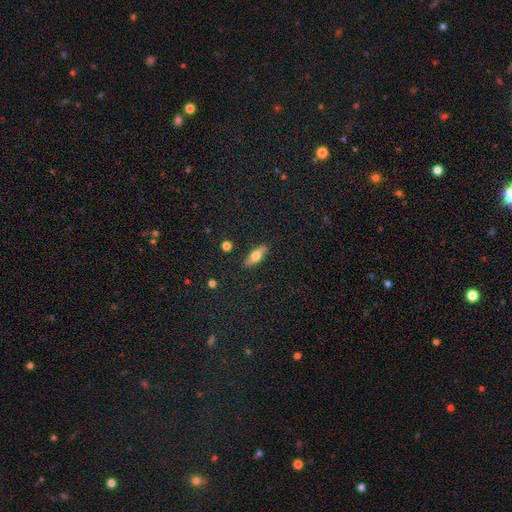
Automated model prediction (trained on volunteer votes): Smooth or featured? Predicted: smooth (p=0.60). How rounded? Predicted: in between (p=0.64). Merging? Predicted: none (p=0.86).